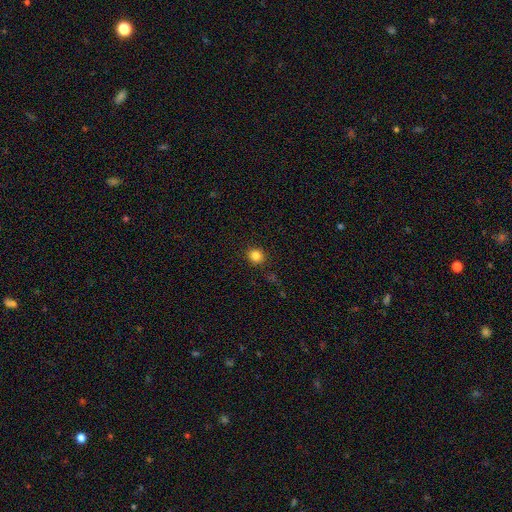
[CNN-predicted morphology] smooth_or_featured: smooth (p=0.84) [alt: star or artifact p=0.12]
how_rounded: round (p=0.86) [alt: in between p=0.13]
merging: none (p=0.90) [alt: minor disturbance p=0.07]